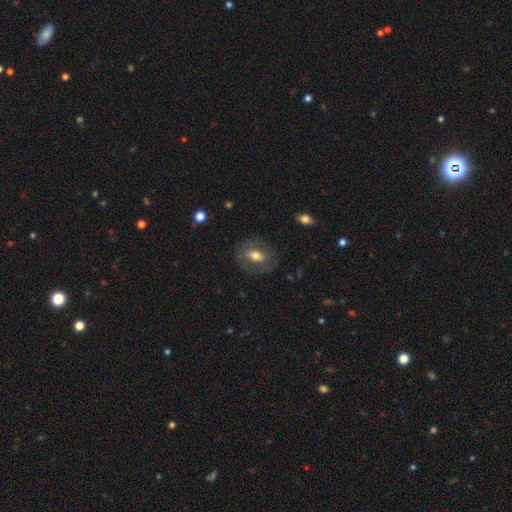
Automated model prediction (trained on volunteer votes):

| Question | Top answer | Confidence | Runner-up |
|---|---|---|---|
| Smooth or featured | smooth | 53% | featured or disk (39%) |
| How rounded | in between | 66% | round (32%) |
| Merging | none | 77% | minor disturbance (14%) |